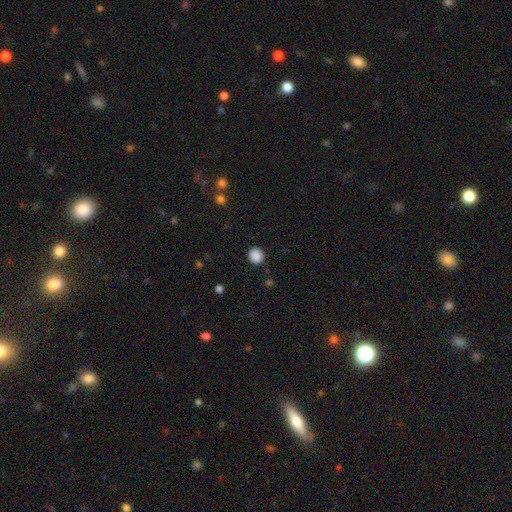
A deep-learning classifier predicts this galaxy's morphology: smooth-or-featured: smooth: 88% | star or artifact: 10% | featured or disk: 3%
  how-rounded: round: 87% | in between: 12% | cigar-shaped: 1%
  merging: none: 88% | minor disturbance: 8% | major disturbance: 3% | merger: 1%